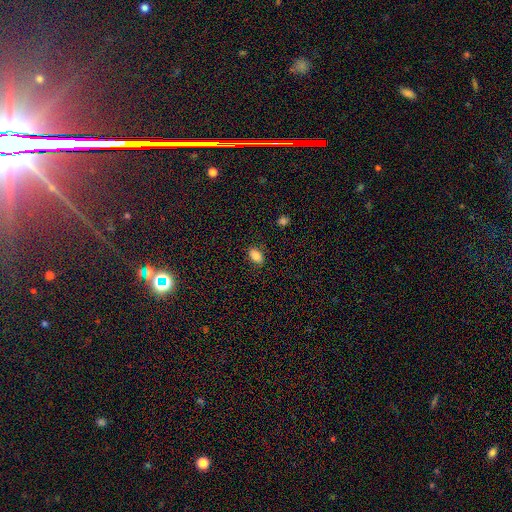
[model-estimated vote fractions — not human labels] This appears to be a smooth galaxy with no disk features (84%) that is in between round and cigar-shaped (89%). Merging: none (84%).